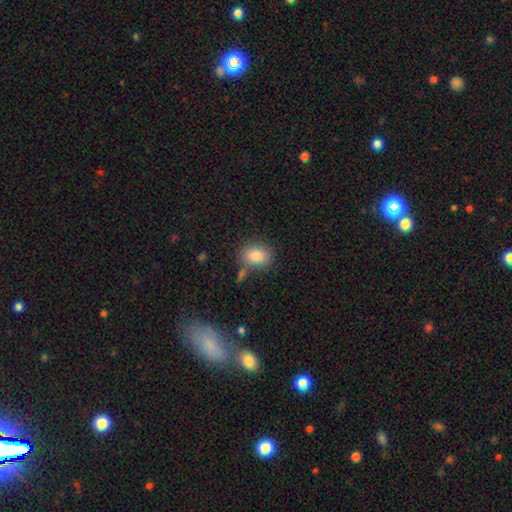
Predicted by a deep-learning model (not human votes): smooth 85%, star or artifact 8%, featured or disk 7%. Down the decision tree: how rounded — in between (64%); merging — none (71%).